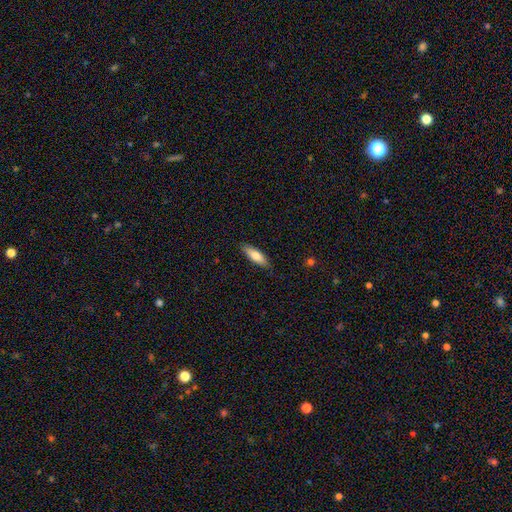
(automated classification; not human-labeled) smooth-or-featured: smooth: 73% | featured or disk: 21% | star or artifact: 6%
  how-rounded: in between: 51% | cigar-shaped: 47% | round: 2%
  merging: none: 86% | minor disturbance: 11% | major disturbance: 2% | merger: 1%